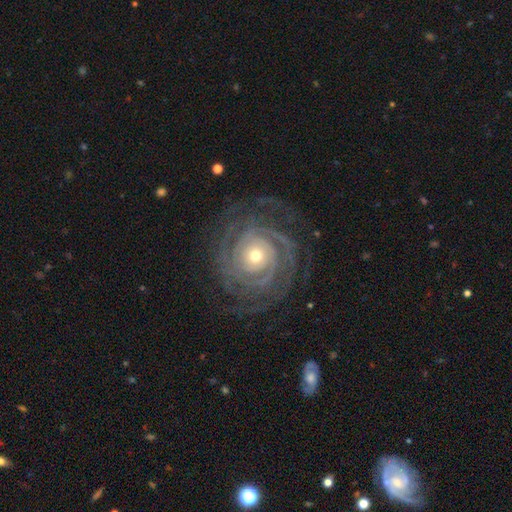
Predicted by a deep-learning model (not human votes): Overall: featured or disk (90%). Edge-on disk: no (97%). Bar: no (78%). Spiral arms: yes (98%). Spiral arm count: can't tell (23%; 3 19%). Spiral winding: tight (80%). Bulge size: moderate (52%; small 42%). Merging: none (76%).